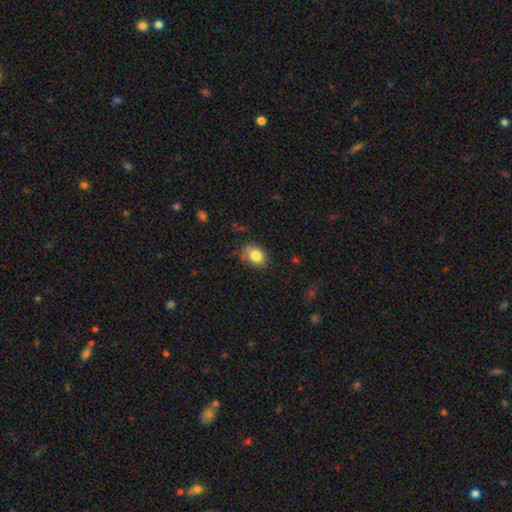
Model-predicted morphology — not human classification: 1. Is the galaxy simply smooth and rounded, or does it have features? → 78% smooth, 12% featured or disk, 9% star or artifact.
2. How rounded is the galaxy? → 64% in between, 34% round, 1% cigar-shaped.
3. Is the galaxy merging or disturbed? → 60% none, 29% minor disturbance, 8% major disturbance, 3% merger.